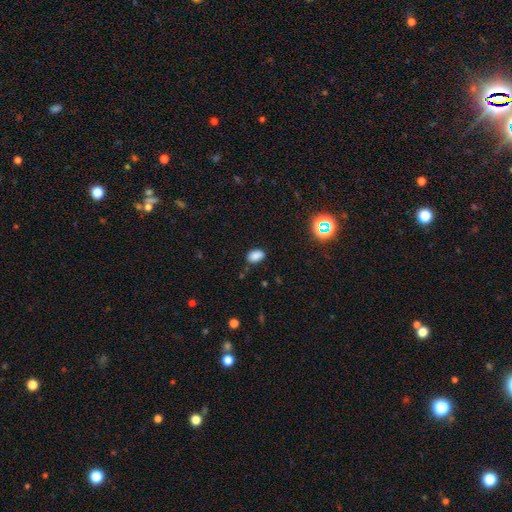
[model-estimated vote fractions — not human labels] A smooth galaxy with no disk features (83%) that is in between round and cigar-shaped (87%). Merging: none (80%).